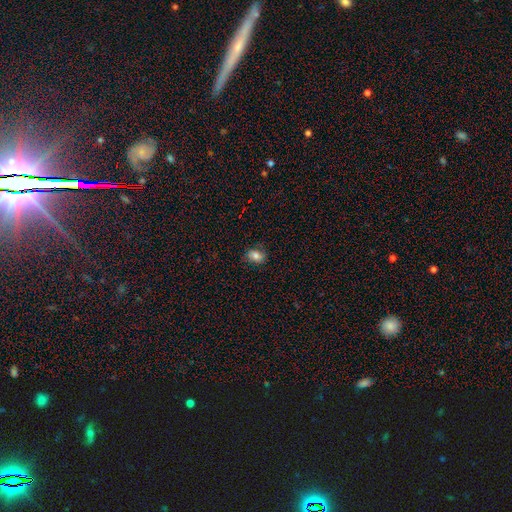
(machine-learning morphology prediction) Smooth or featured: smooth — 80% (star or artifact — 10%)
How rounded: in between — 68% (round — 31%)
Merging: none — 80% (minor disturbance — 15%)